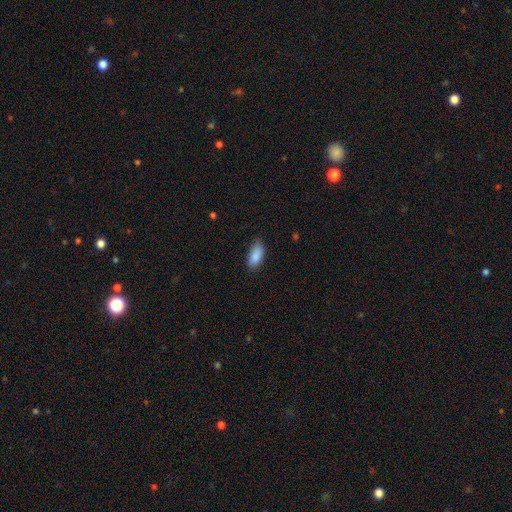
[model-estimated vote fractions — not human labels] smooth 88%, star or artifact 7%, featured or disk 5%. Down the decision tree: how rounded — in between (87%); merging — none (77%).